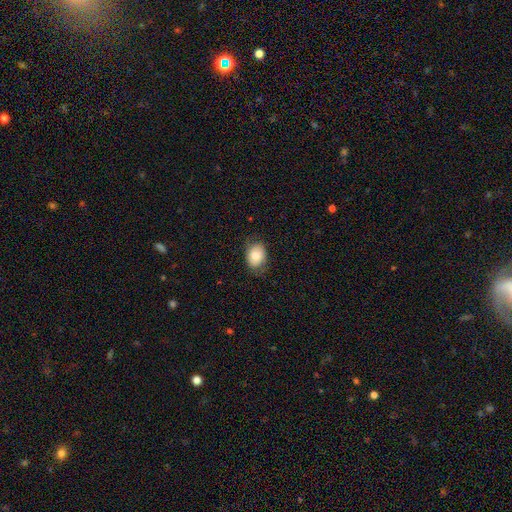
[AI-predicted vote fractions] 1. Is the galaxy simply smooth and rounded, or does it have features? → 80% smooth, 13% featured or disk, 7% star or artifact.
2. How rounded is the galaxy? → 72% in between, 27% round, 1% cigar-shaped.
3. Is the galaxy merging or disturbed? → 75% none, 19% minor disturbance, 5% major disturbance, 1% merger.